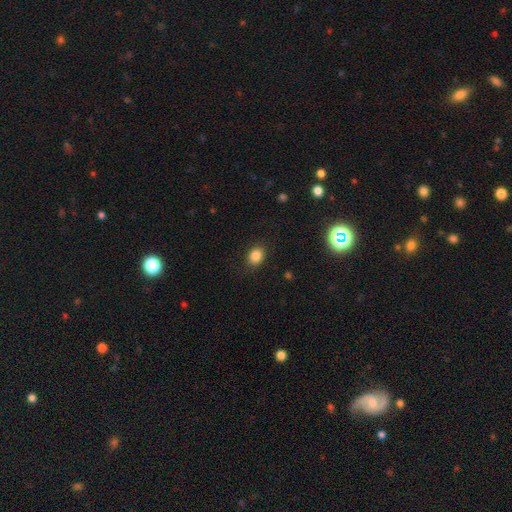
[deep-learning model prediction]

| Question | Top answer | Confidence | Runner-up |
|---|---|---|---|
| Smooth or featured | smooth | 84% | star or artifact (10%) |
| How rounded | in between | 52% | round (47%) |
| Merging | none | 87% | minor disturbance (10%) |